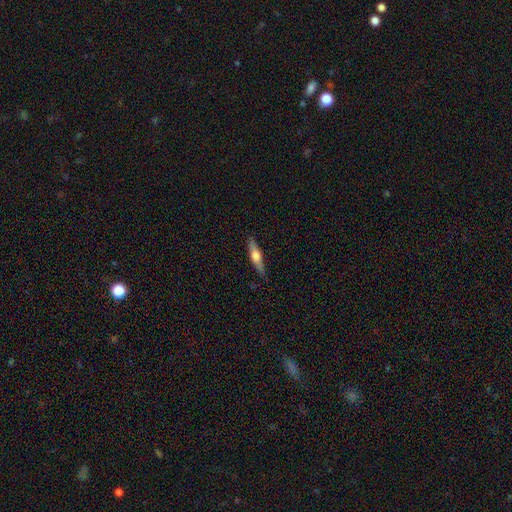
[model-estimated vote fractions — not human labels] Smooth or featured?
  - featured or disk: 52% *
  - smooth: 43%
  - star or artifact: 5%
Edge-on disk?
  - yes: 93% *
  - no: 7%
Merging?
  - none: 84% *
  - minor disturbance: 13%
  - major disturbance: 2%
  - merger: 1%